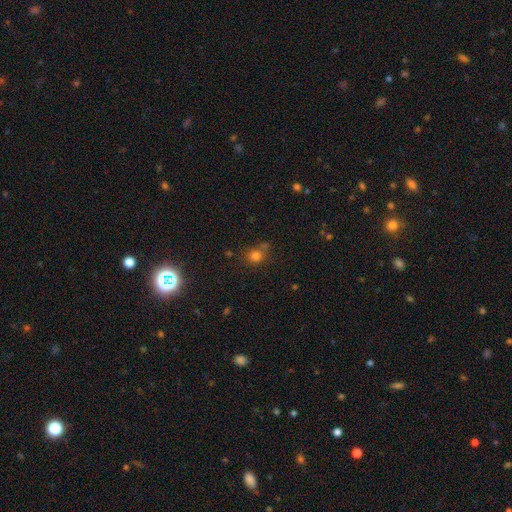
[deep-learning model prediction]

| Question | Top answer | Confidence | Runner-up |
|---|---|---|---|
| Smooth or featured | smooth | 76% | star or artifact (17%) |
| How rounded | round | 80% | in between (19%) |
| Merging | none | 63% | merger (16%) |